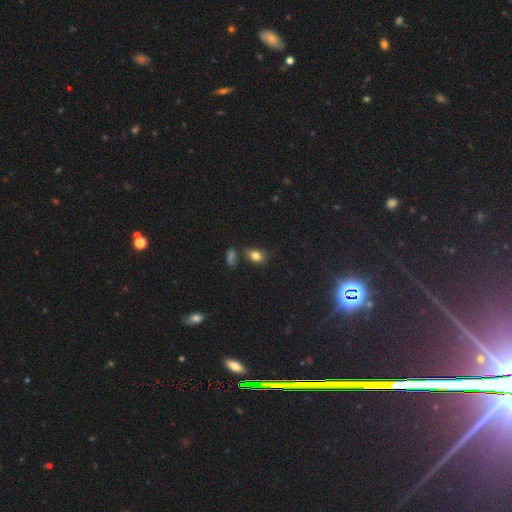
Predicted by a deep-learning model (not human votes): smooth_or_featured: smooth (p=0.81) [alt: star or artifact p=0.11]
how_rounded: in between (p=0.72) [alt: round p=0.26]
merging: none (p=0.64) [alt: minor disturbance p=0.20]